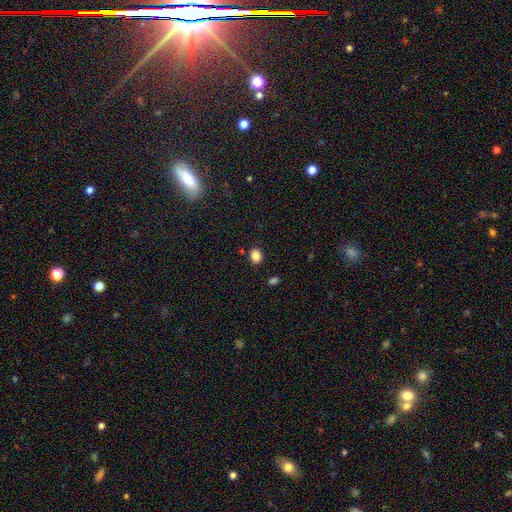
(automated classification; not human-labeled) Overall: smooth (85%). How rounded: round (60%; in between 40%). Merging: none (87%).